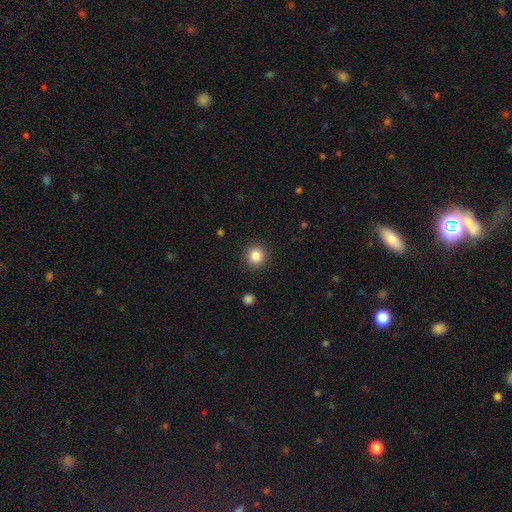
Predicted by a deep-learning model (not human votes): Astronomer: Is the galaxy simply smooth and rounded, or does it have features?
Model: smooth — 84%.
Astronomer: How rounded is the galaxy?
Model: round — 93%.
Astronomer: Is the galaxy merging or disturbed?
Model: none — 90%.